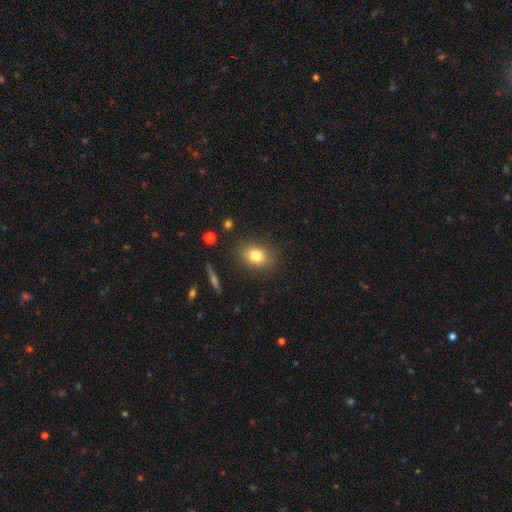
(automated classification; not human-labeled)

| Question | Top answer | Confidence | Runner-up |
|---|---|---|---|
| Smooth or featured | smooth | 80% | featured or disk (10%) |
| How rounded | in between | 66% | round (32%) |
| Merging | none | 83% | minor disturbance (12%) |